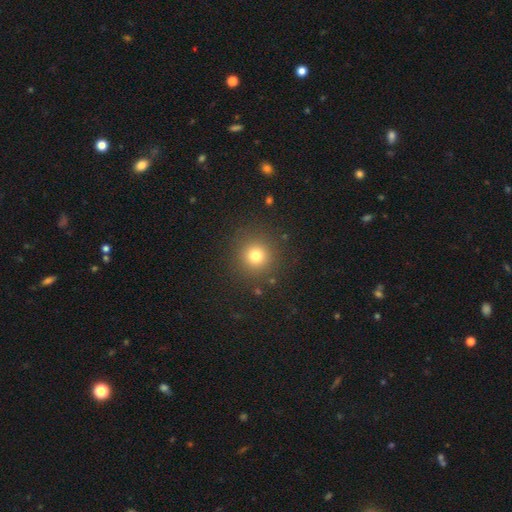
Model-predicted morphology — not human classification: Overall: smooth (76%). How rounded: round (94%). Merging: none (89%).